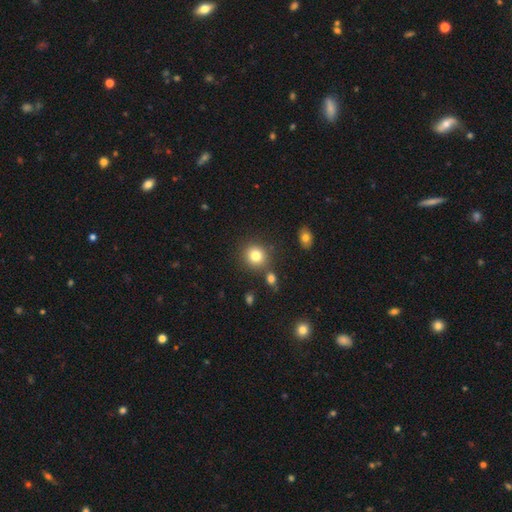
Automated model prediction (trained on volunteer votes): smooth-or-featured: smooth: 81% | star or artifact: 11% | featured or disk: 7%
  how-rounded: round: 86% | in between: 13% | cigar-shaped: 1%
  merging: none: 82% | minor disturbance: 9% | merger: 7% | major disturbance: 3%